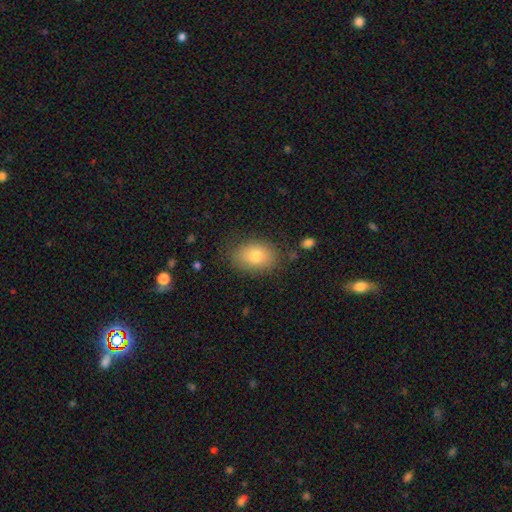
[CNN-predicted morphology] A smooth galaxy with no disk features (78%) that is in between round and cigar-shaped (79%). Merging: none (80%).